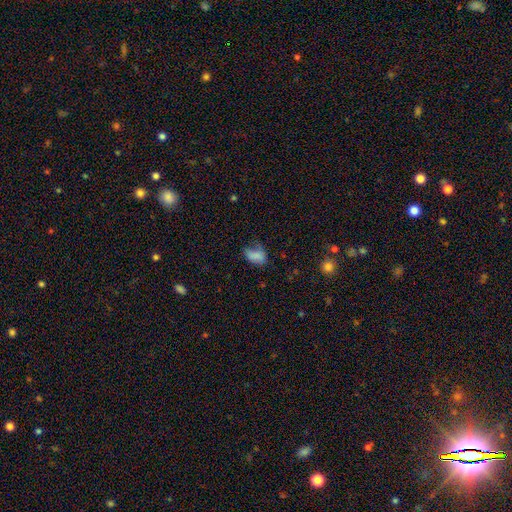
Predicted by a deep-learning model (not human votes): The model was most divided on "merging": none: 37%, minor disturbance: 34%, major disturbance: 25%, merger: 4%. More confident: how rounded — in between (87%); smooth or featured — smooth (77%).